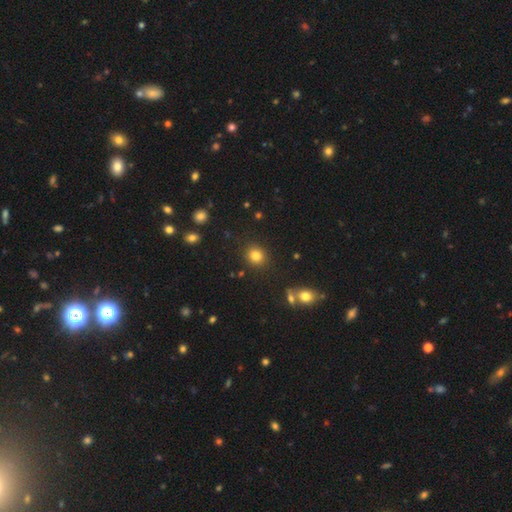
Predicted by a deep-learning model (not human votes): Smooth or featured? smooth (83%)
How rounded? round (80%)
Merging? none (87%)